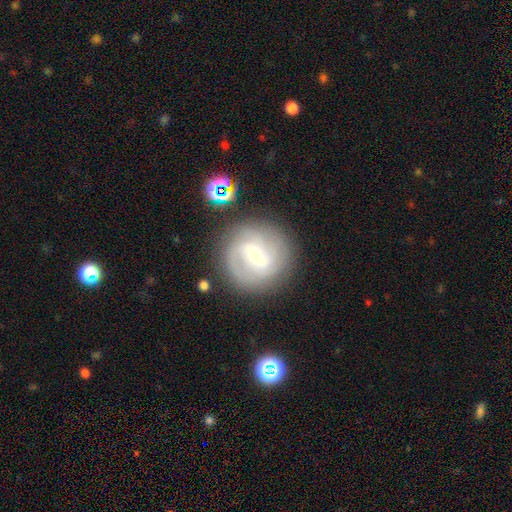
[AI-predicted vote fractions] Overall: featured or disk (78%). Edge-on disk: no (97%). Bar: weak (55%; strong 26%). Spiral arms: yes (92%). Spiral arm count: 2 (41%; can't tell 24%). Spiral winding: tight (47%; medium 38%). Bulge size: small (55%; moderate 41%). Merging: none (82%).